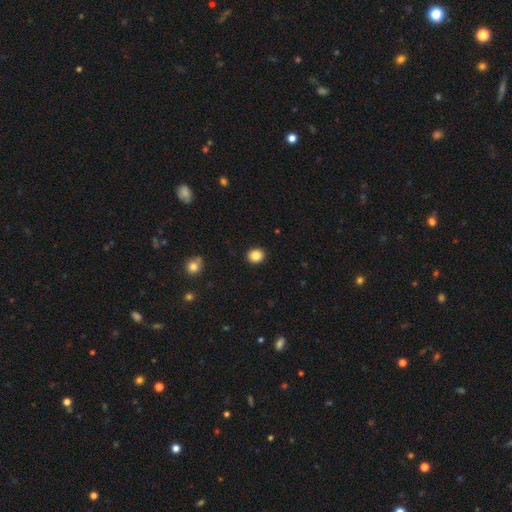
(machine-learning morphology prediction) A smooth galaxy with no disk features (86%) that is round (79%).

Vote fractions:
- Smooth or featured? smooth: 86% / star or artifact: 10% / featured or disk: 4%
- How rounded? round: 79% / in between: 20% / cigar-shaped: 1%
- Merging? none: 92% / minor disturbance: 6% / major disturbance: 2% / merger: 1%